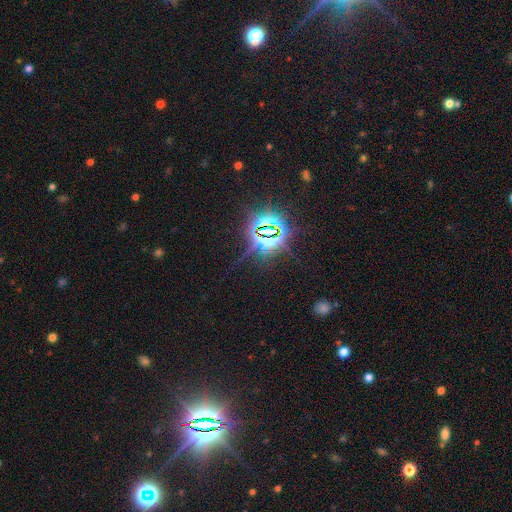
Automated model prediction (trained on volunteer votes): Q: Smooth or featured?
A: star or artifact (84%); runner-up: smooth (10%)